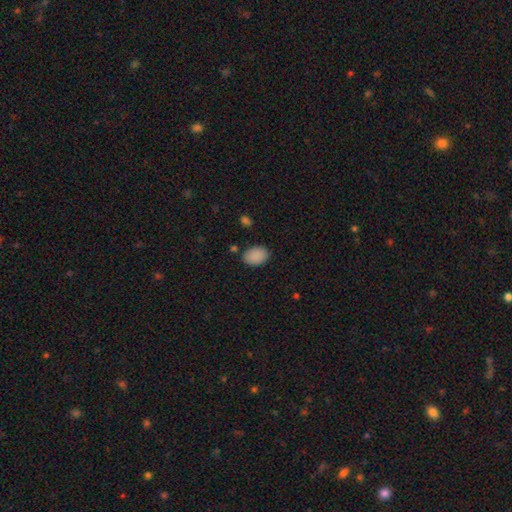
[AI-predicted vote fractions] Smooth or featured: smooth — 89% (star or artifact — 8%)
How rounded: in between — 83% (round — 16%)
Merging: none — 83% (minor disturbance — 12%)